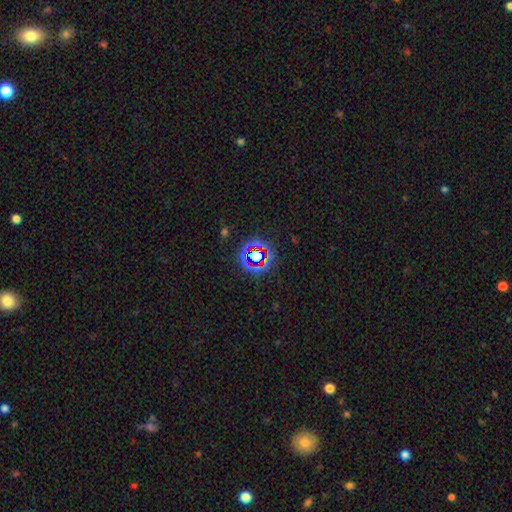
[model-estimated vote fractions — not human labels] This is likely a star or artifact rather than a galaxy (69%).